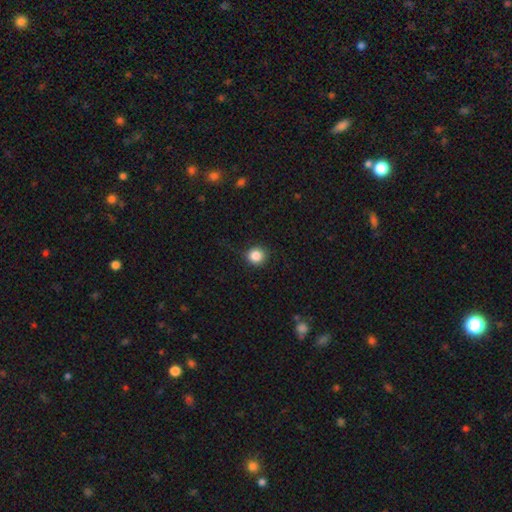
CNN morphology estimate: Smooth or featured: smooth — 85% (star or artifact — 10%)
How rounded: round — 92% (in between — 7%)
Merging: none — 85% (minor disturbance — 10%)